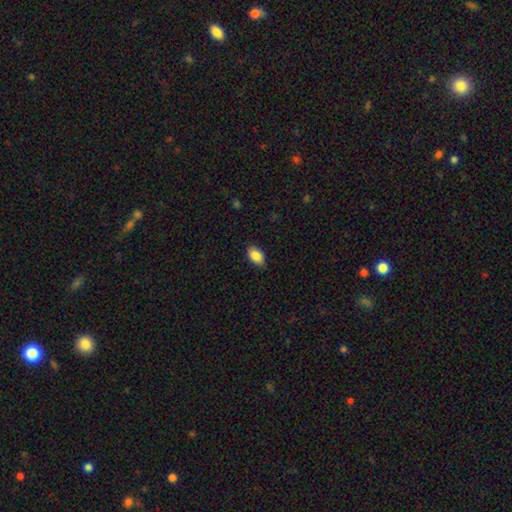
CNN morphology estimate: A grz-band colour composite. It shows a smooth galaxy with no disk features (88%) that is in between round and cigar-shaped (91%). Merging: none (85%).